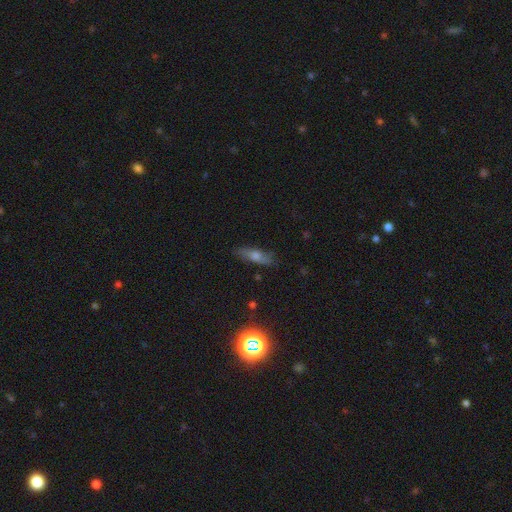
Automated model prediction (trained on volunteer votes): Smooth or featured? Predicted: smooth (p=0.51). How rounded? Predicted: cigar-shaped (p=0.53). Merging? Predicted: none (p=0.83).